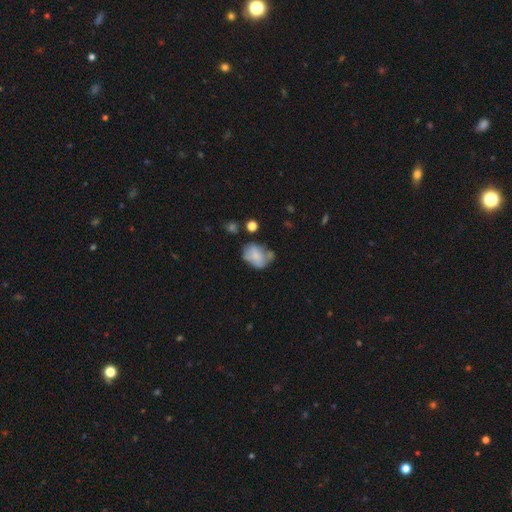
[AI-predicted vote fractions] smooth 68%, featured or disk 23%, star or artifact 9%. Down the decision tree: how rounded — in between (72%); merging — none (36%).